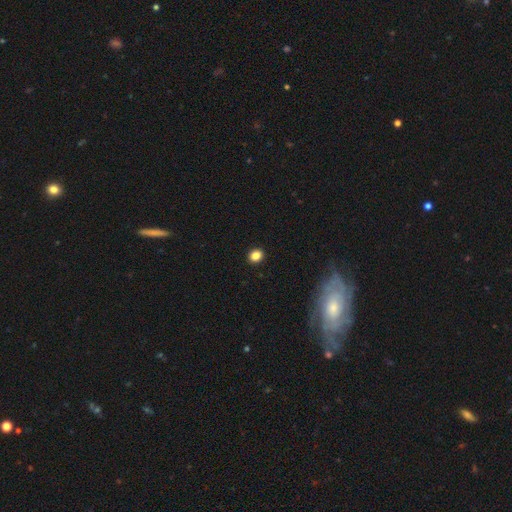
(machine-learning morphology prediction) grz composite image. It shows a smooth galaxy with no disk features (86%) that is round (67%). Merging: none (92%).